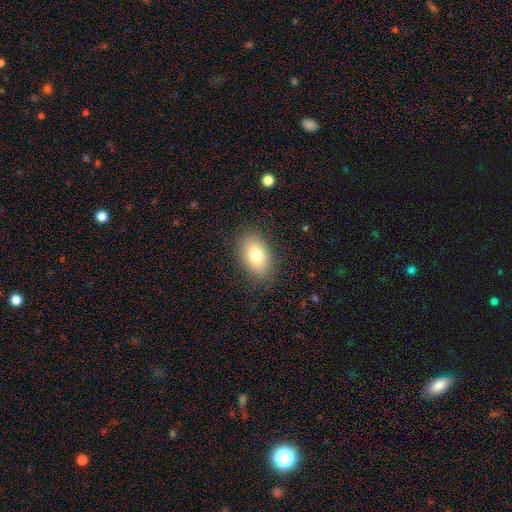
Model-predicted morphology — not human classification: Smooth or featured? smooth (77%)
How rounded? in between (88%)
Merging? none (86%)